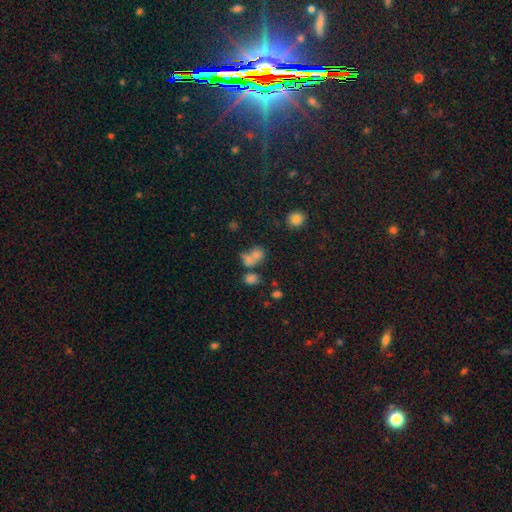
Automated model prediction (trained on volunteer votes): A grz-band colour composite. It shows a smooth galaxy with no disk features (62%) that is in between round and cigar-shaped (51%). Merging: merger (53%).